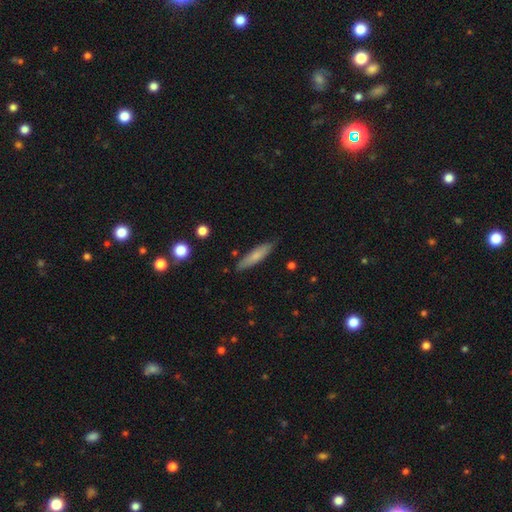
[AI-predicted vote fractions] smooth-or-featured: smooth: 71% | featured or disk: 23% | star or artifact: 6%
  how-rounded: cigar-shaped: 79% | in between: 20% | round: 2%
  merging: none: 84% | minor disturbance: 12% | major disturbance: 2% | merger: 2%